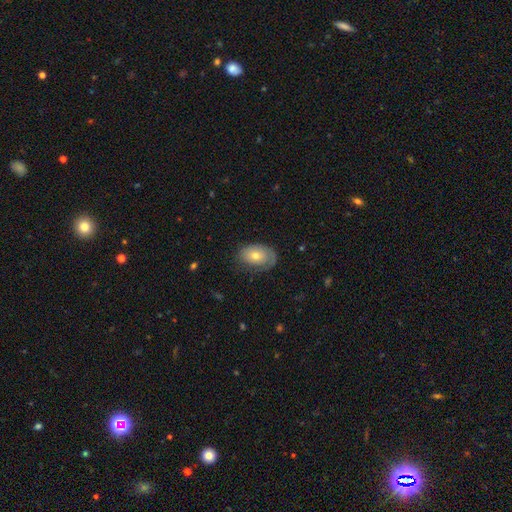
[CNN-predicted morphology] smooth-or-featured: smooth: 55% | featured or disk: 38% | star or artifact: 7%
  how-rounded: in between: 83% | round: 15% | cigar-shaped: 1%
  merging: none: 66% | minor disturbance: 23% | major disturbance: 10% | merger: 1%